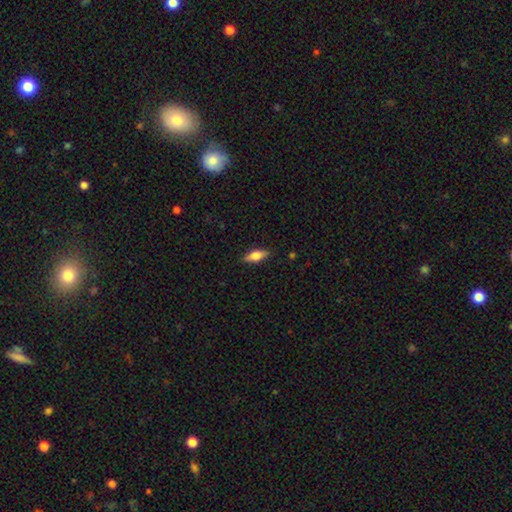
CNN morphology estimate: smooth-or-featured: smooth: 61% | featured or disk: 32% | star or artifact: 7%
  how-rounded: in between: 67% | cigar-shaped: 30% | round: 3%
  merging: none: 87% | minor disturbance: 10% | major disturbance: 2% | merger: 1%